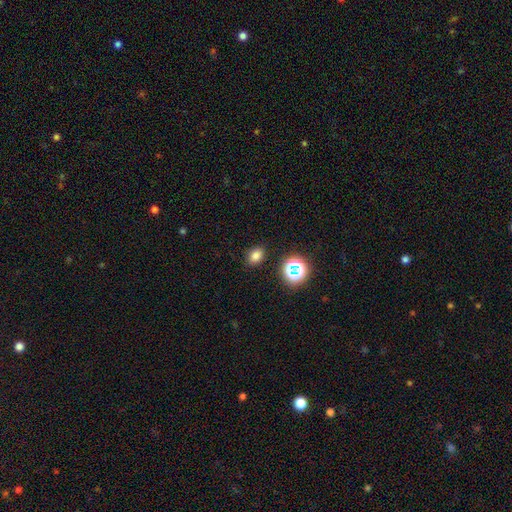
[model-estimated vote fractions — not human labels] smooth_or_featured: smooth (p=0.76) [alt: star or artifact p=0.18]
how_rounded: in between (p=0.67) [alt: round p=0.32]
merging: none (p=0.86) [alt: minor disturbance p=0.09]